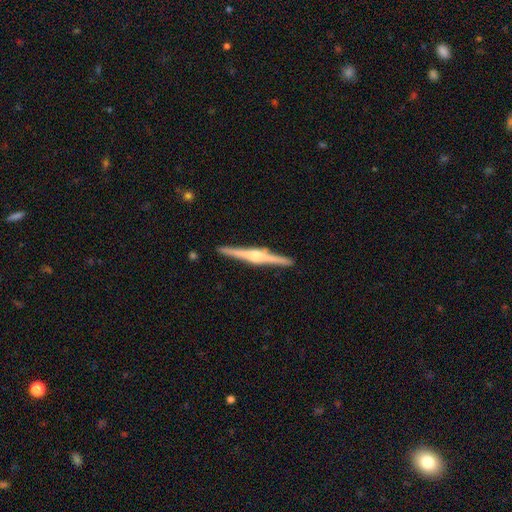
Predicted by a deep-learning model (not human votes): This appears to be a featured or disk galaxy (84%) viewed edge-on (99%) with a rounded central bulge (87%). Merging: none (92%).